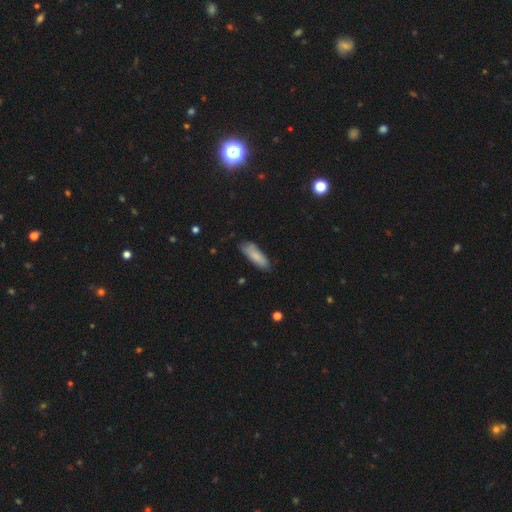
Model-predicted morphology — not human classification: smooth_or_featured: smooth (p=0.83) [alt: featured or disk p=0.11]
how_rounded: in between (p=0.51) [alt: cigar-shaped p=0.47]
merging: none (p=0.75) [alt: minor disturbance p=0.20]